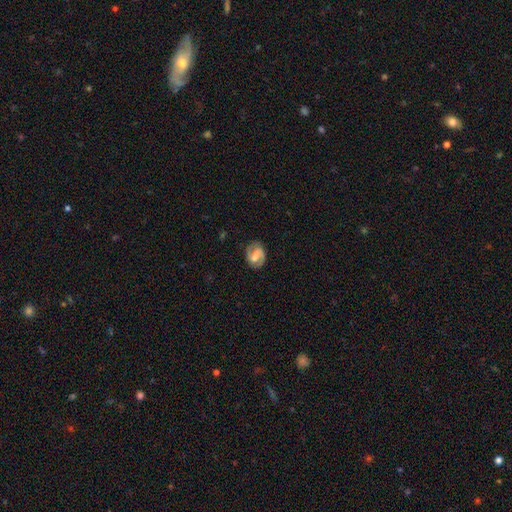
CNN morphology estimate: The model was most divided on "bar": strong: 47%, weak: 40%, no: 13%. Remaining: edge-on disk — no (97%); spiral arms — yes (92%); spiral arm count — 2 (90%); merging — none (81%); smooth or featured — featured or disk (76%); spiral winding — medium (49%); bulge size — moderate (35%).